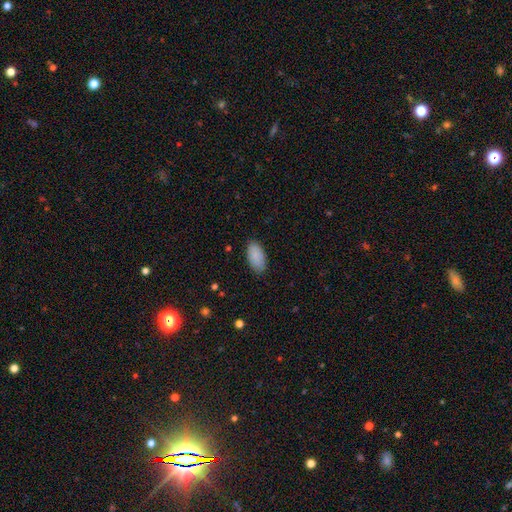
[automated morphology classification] Smooth or featured? smooth (89%)
How rounded? in between (94%)
Merging? none (86%)